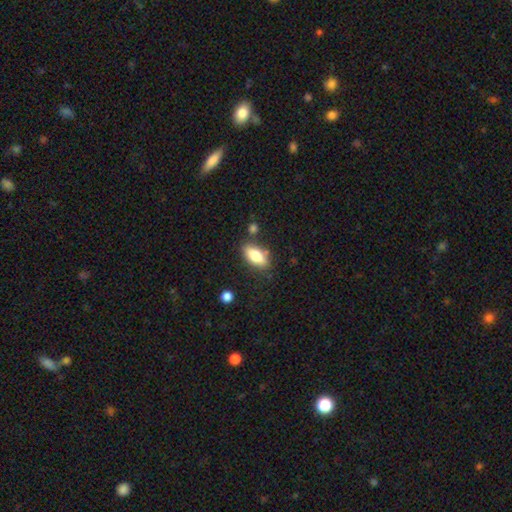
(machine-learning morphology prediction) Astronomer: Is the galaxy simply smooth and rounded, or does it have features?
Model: smooth — 79%.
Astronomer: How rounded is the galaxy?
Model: in between — 84%.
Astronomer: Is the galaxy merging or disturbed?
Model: none — 76%.